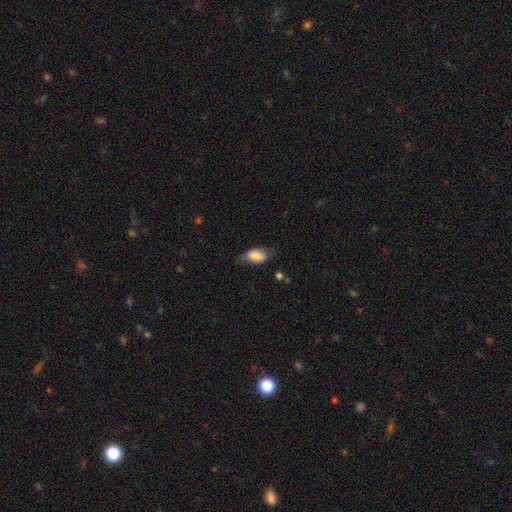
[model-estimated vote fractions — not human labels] Morphology: type=smooth (82%); roundness=in between (90%); merging=none (61%).